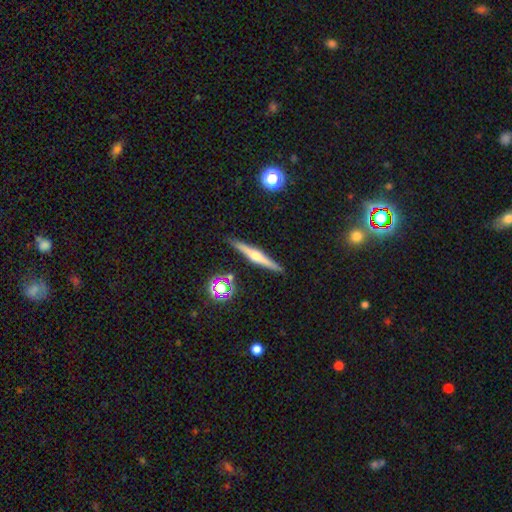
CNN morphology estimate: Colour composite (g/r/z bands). It shows a featured or disk galaxy (68%) viewed edge-on (98%) with a rounded central bulge (88%). Merging: none (90%).